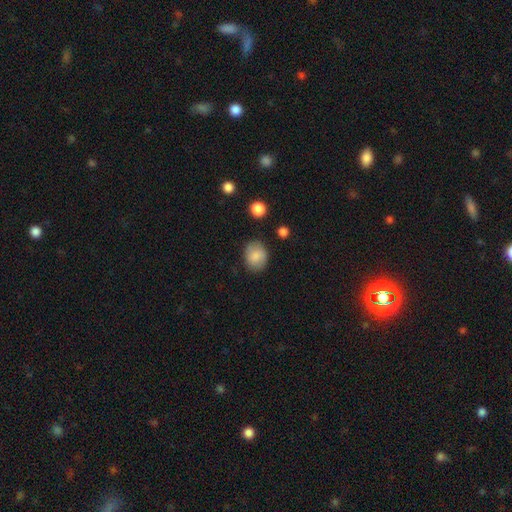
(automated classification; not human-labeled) smooth_or_featured: smooth (p=0.84) [alt: featured or disk p=0.08]
how_rounded: round (p=0.56) [alt: in between p=0.43]
merging: none (p=0.80) [alt: minor disturbance p=0.14]